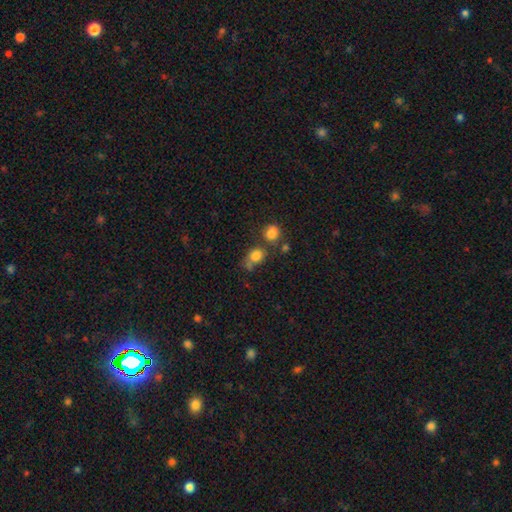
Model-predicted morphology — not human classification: Q: Smooth or featured?
A: smooth (79%); runner-up: star or artifact (12%)
Q: How rounded?
A: round (60%); runner-up: in between (39%)
Q: Merging?
A: none (50%); runner-up: merger (24%)